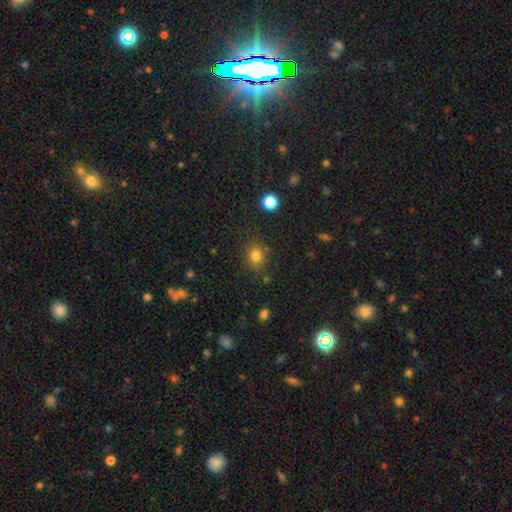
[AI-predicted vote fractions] A smooth galaxy with no disk features (80%) that is round (60%).

Vote fractions:
- Smooth or featured? smooth: 80% / star or artifact: 14% / featured or disk: 7%
- How rounded? round: 60% / in between: 39% / cigar-shaped: 1%
- Merging? none: 77% / minor disturbance: 14% / major disturbance: 5% / merger: 4%